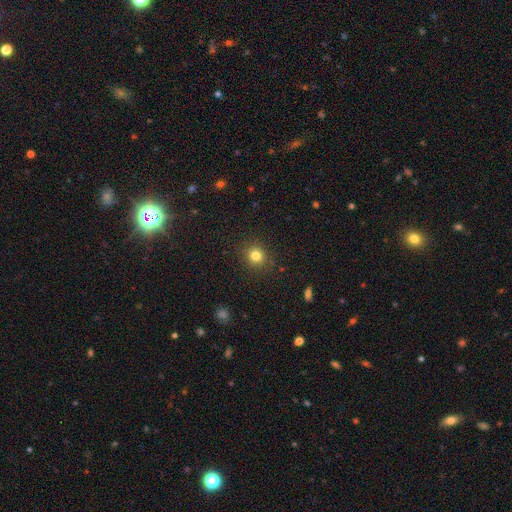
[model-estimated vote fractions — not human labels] Smooth or featured: smooth — 81% (star or artifact — 13%)
How rounded: round — 87% (in between — 12%)
Merging: none — 89% (minor disturbance — 7%)